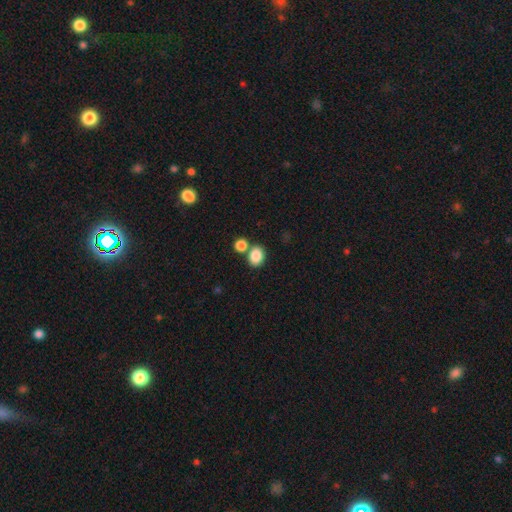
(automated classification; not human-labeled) Smooth or featured? Predicted: smooth (p=0.86). How rounded? Predicted: in between (p=0.52). Merging? Predicted: none (p=0.61).